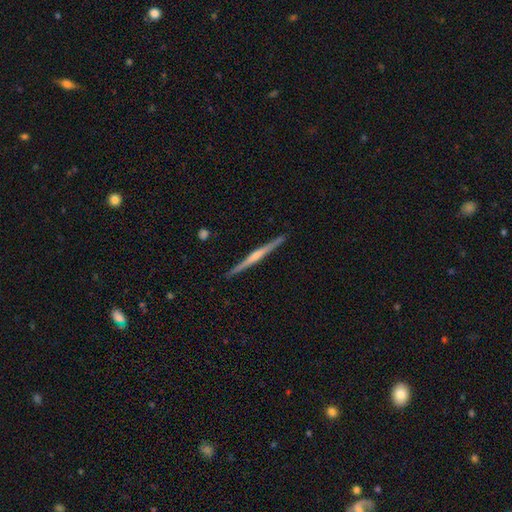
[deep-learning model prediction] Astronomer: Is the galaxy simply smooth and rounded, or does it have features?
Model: featured or disk — 78%.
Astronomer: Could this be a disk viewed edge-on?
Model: yes — 98%.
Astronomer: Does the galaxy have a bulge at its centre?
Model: rounded — 73%.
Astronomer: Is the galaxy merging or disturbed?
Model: none — 92%.